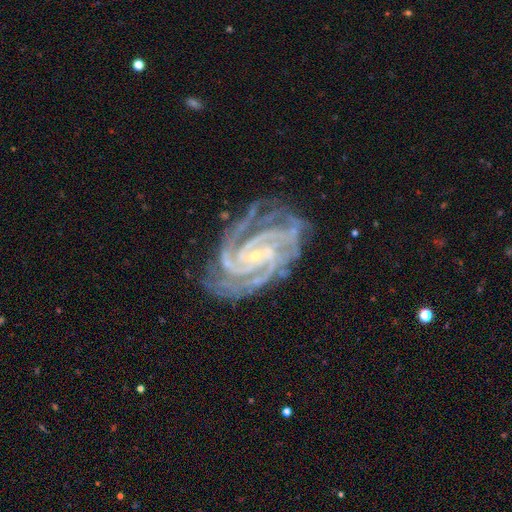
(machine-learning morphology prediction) type=featured or disk (92%); edge-on=no (98%); bar=no (50%); spiral arms=yes (99%); winding=tight (73%); arm count=3 (28%); bulge=small (85%); merging=none (72%).